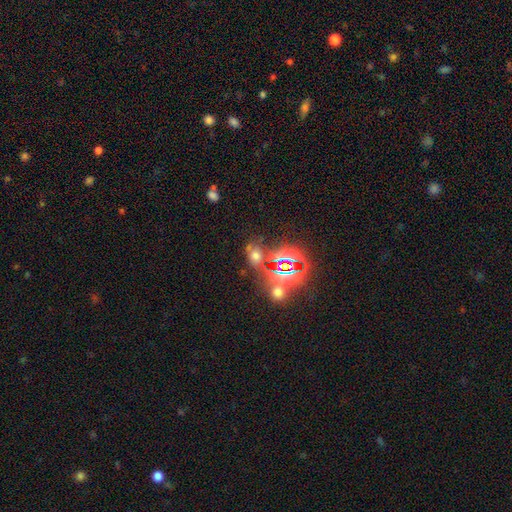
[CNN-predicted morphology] A star or artifact, not a galaxy (46%).